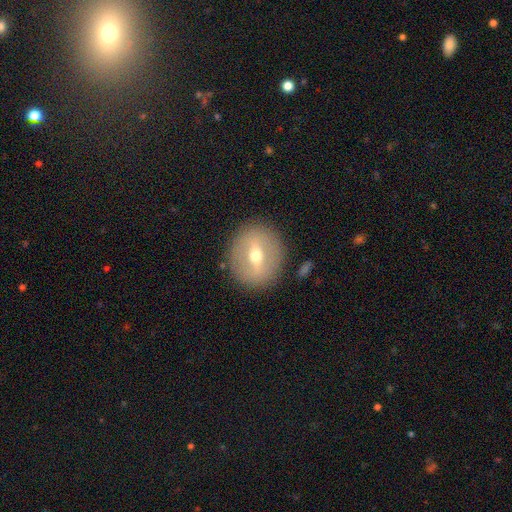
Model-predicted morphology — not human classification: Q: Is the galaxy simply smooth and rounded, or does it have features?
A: featured or disk — 53%.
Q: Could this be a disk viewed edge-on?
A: no — 84%.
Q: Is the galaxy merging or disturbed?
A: none — 87%.